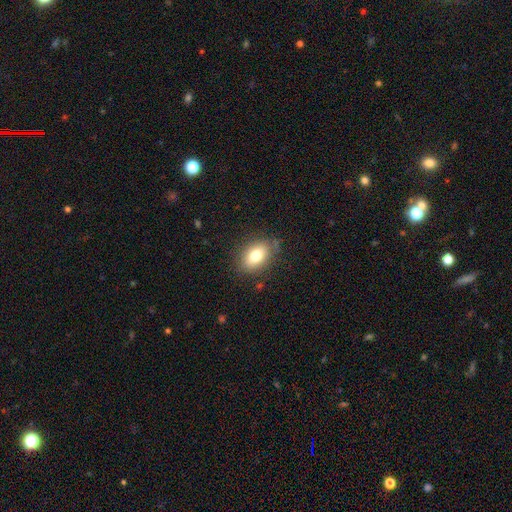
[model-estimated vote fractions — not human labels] smooth-or-featured: smooth: 76% | featured or disk: 15% | star or artifact: 9%
  how-rounded: in between: 83% | round: 15% | cigar-shaped: 2%
  merging: none: 80% | minor disturbance: 14% | major disturbance: 4% | merger: 2%